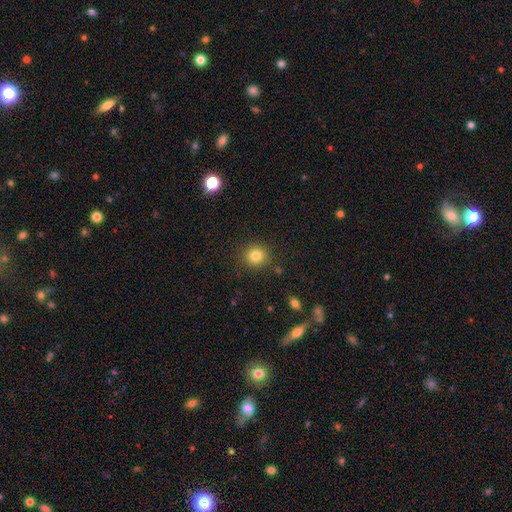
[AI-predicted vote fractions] Morphology: type=smooth (82%); roundness=round (89%); merging=none (88%).